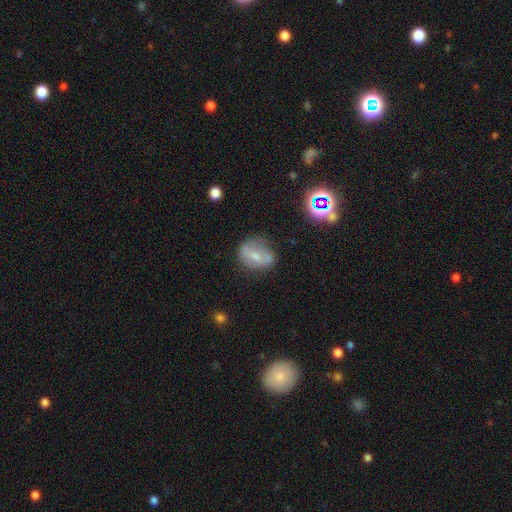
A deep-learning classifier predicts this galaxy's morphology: This appears to be a smooth galaxy with no disk features (49%). Merging: none (52%).